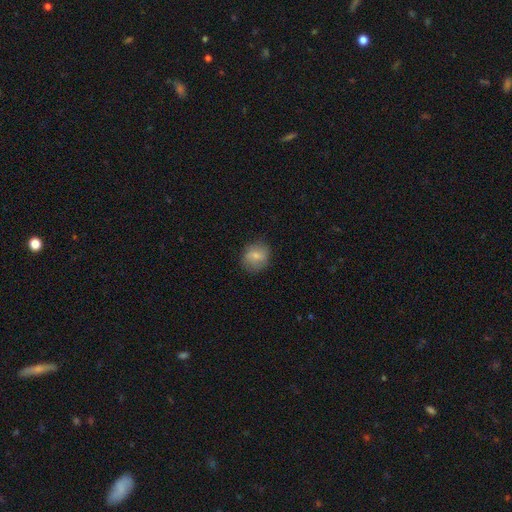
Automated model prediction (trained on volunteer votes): A smooth galaxy with no disk features (74%) that is round (78%). Merging: none (79%).